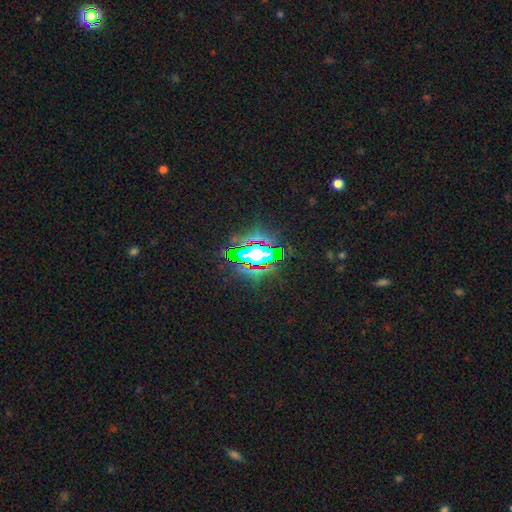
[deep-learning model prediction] Overall: star or artifact (82%).